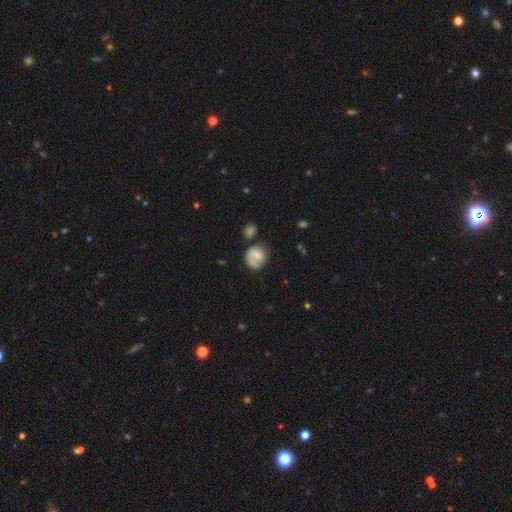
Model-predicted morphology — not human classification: smooth 66%, featured or disk 25%, star or artifact 9%. Down the decision tree: how rounded — round (65%); merging — none (54%).